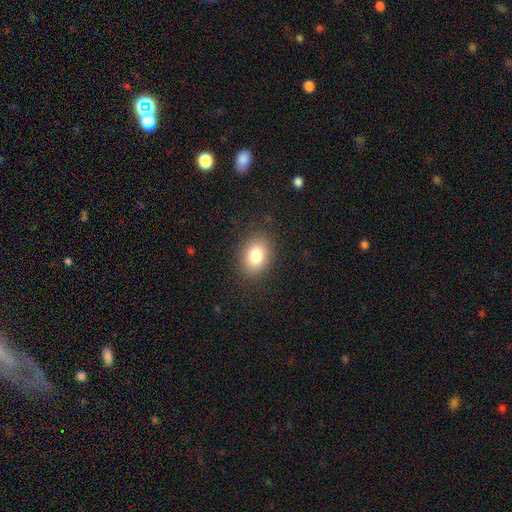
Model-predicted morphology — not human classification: Smooth or featured: smooth — 83% (star or artifact — 9%)
How rounded: in between — 71% (round — 28%)
Merging: none — 86% (minor disturbance — 9%)